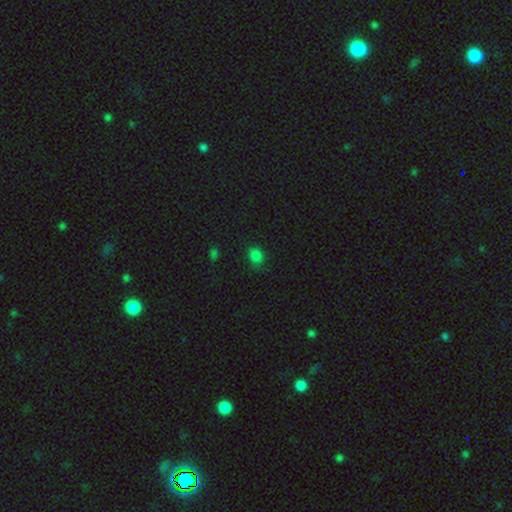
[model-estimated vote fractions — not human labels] Overall: smooth (80%). How rounded: round (58%; in between 41%). Merging: none (82%).